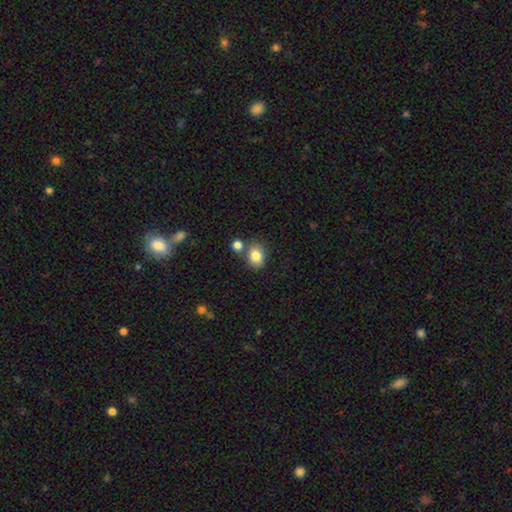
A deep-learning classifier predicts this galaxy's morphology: Smooth or featured?
  - smooth: 82% *
  - star or artifact: 9%
  - featured or disk: 9%
How rounded?
  - in between: 64% *
  - round: 35%
  - cigar-shaped: 1%
Merging?
  - none: 64% *
  - merger: 21%
  - minor disturbance: 12%
  - major disturbance: 3%